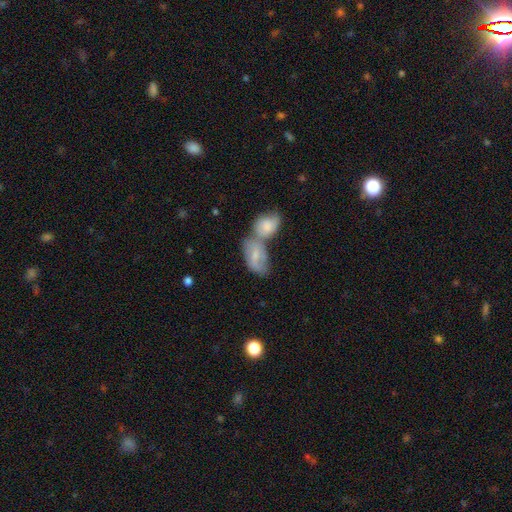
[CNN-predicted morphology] smooth-or-featured: smooth: 56% | featured or disk: 36% | star or artifact: 7%
  how-rounded: in between: 89% | round: 9% | cigar-shaped: 3%
  merging: merger: 63% | none: 20% | minor disturbance: 11% | major disturbance: 6%